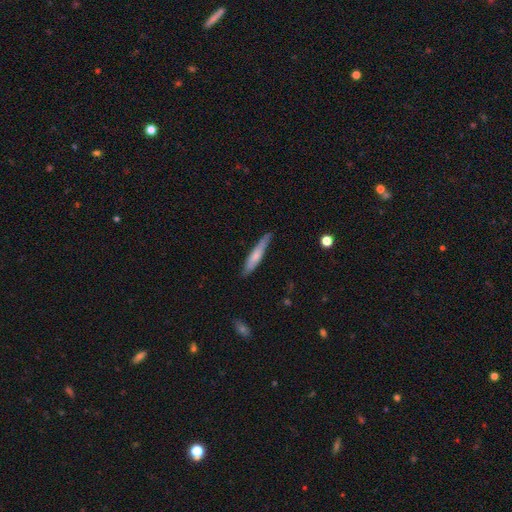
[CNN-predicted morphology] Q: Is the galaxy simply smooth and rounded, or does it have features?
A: smooth — 64%.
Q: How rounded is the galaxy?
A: cigar-shaped — 90%.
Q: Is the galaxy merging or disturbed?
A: none — 78%.